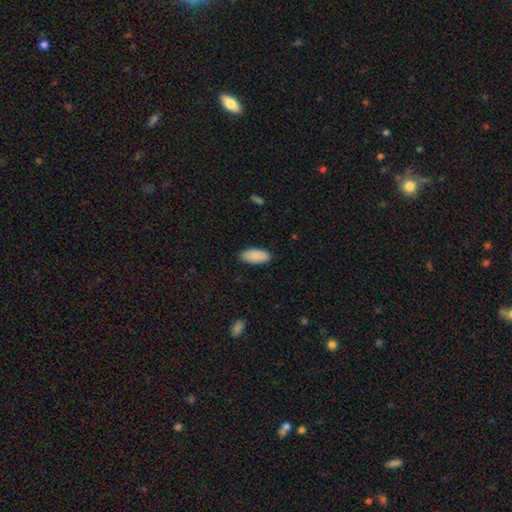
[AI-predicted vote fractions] A smooth galaxy with no disk features (90%) that is in between round and cigar-shaped (89%).

Vote fractions:
- Smooth or featured? smooth: 90% / star or artifact: 6% / featured or disk: 4%
- How rounded? in between: 89% / cigar-shaped: 9% / round: 2%
- Merging? none: 88% / minor disturbance: 9% / major disturbance: 2% / merger: 1%